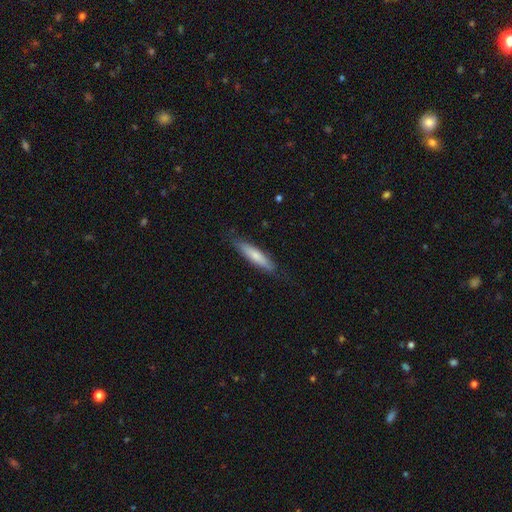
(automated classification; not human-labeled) Morphology: type=smooth (69%); roundness=cigar-shaped (82%); merging=none (81%).